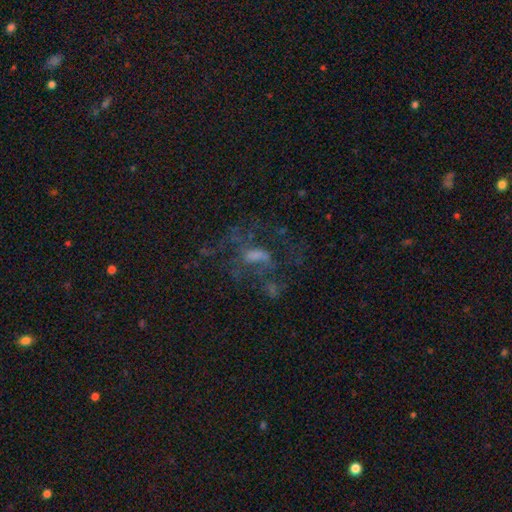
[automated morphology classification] Smooth or featured? Predicted: featured or disk (p=0.53). Edge-on disk? Predicted: no (p=0.95). Bar? Predicted: no (p=0.53). Spiral arms? Predicted: no (p=0.59). Bulge size? Predicted: moderate (p=0.31, tied with none). Merging? Predicted: major disturbance (p=0.44).